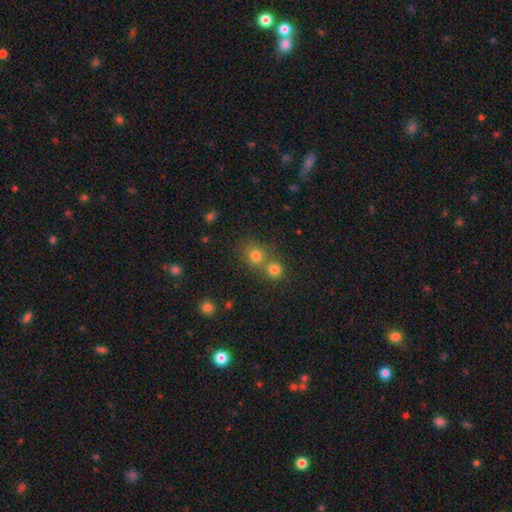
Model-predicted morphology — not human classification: type=smooth (77%); roundness=round (80%); merging=none (49%).